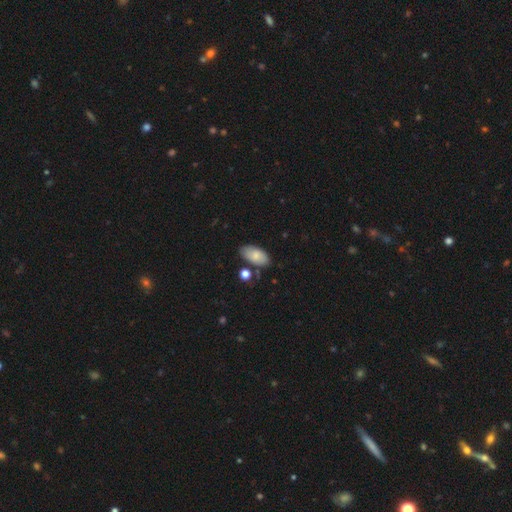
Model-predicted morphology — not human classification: Smooth or featured? smooth (75%)
How rounded? in between (94%)
Merging? none (73%)